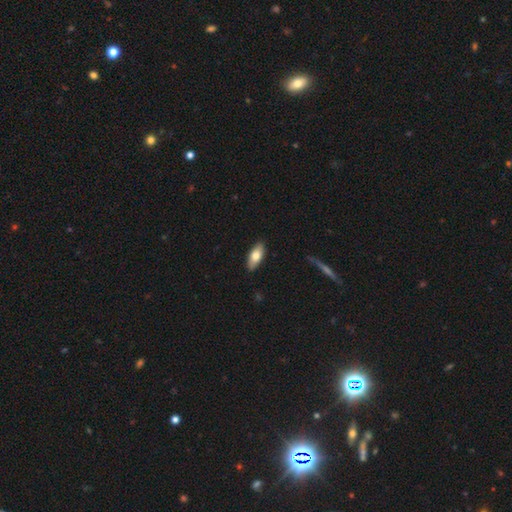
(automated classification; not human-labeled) Overall: smooth (71%). How rounded: in between (80%). Merging: none (89%).